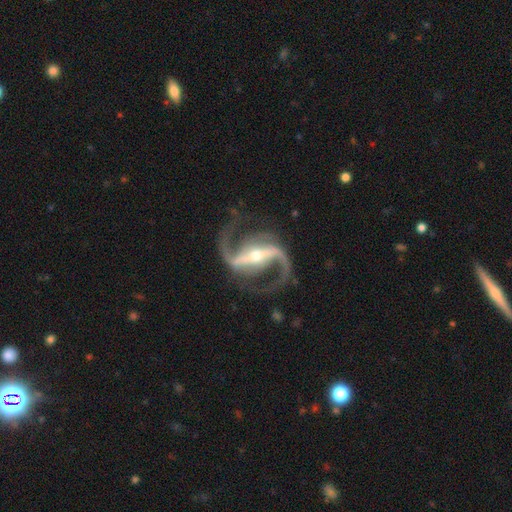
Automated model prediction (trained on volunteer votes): This is clearly a featured or disk galaxy (94%). It is clearly not viewed edge-on (97%). Bar: likely strong (74%). Spiral arm pattern: clearly yes (98%). Spiral arm count: clearly 2 (94%). Spiral winding: possibly medium (52%). Central bulge: possibly small (52%). Merging: likely none (80%).